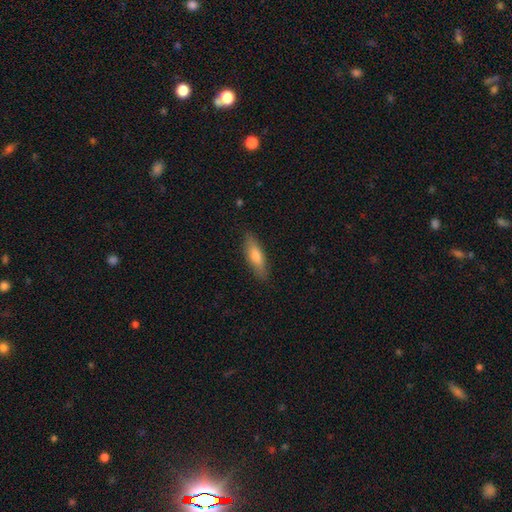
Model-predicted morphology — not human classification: The model was most divided on "how rounded": cigar-shaped: 58%, in between: 40%, round: 2%. More confident: merging — none (86%); smooth or featured — smooth (67%).